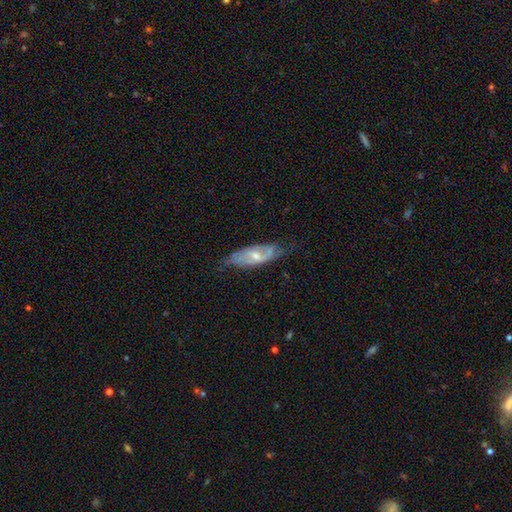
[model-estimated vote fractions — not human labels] Q: Smooth or featured?
A: featured or disk (68%); runner-up: smooth (25%)
Q: Edge-on disk?
A: no (81%); runner-up: yes (19%)
Q: Bar?
A: no (45%); runner-up: weak (42%)
Q: Spiral arms?
A: yes (80%); runner-up: no (20%)
Q: Bulge size?
A: moderate (53%); runner-up: small (43%)
Q: Merging?
A: none (64%); runner-up: minor disturbance (27%)